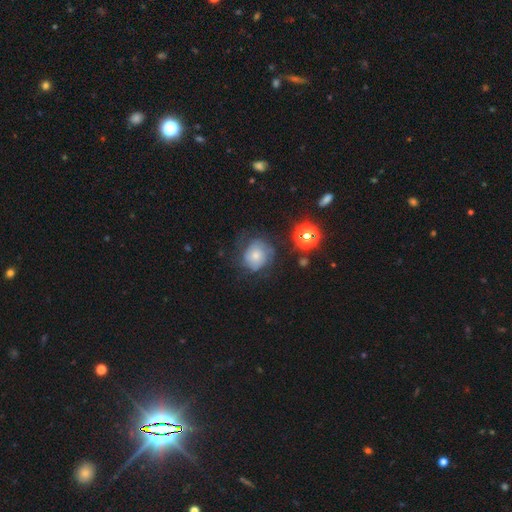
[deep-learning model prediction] This appears to be a featured or disk galaxy (45%). Merging: none (54%).